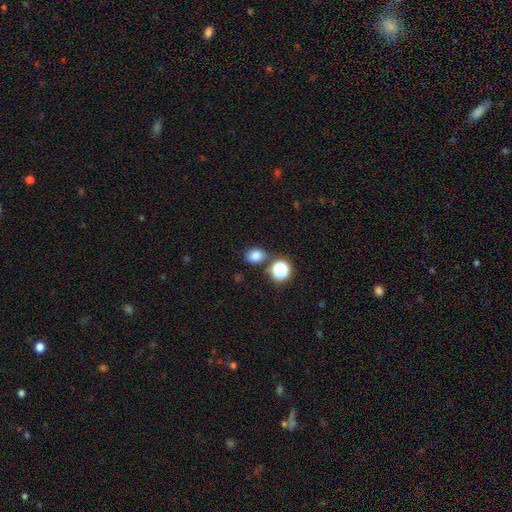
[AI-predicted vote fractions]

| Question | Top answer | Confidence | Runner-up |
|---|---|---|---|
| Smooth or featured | smooth | 79% | star or artifact (15%) |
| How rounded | in between | 50% | round (49%) |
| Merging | none | 75% | minor disturbance (11%) |